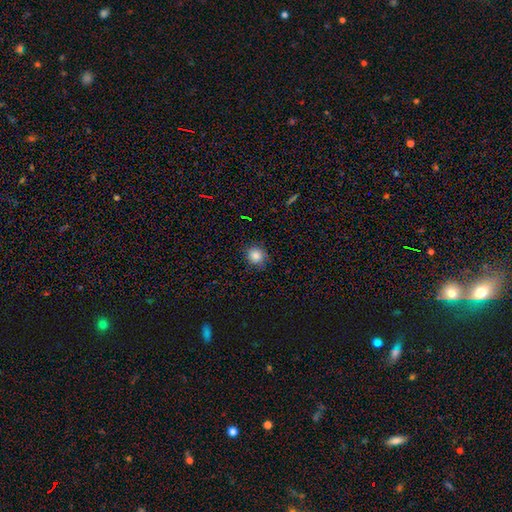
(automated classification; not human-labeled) Smooth or featured? smooth (84%)
How rounded? round (87%)
Merging? none (82%)